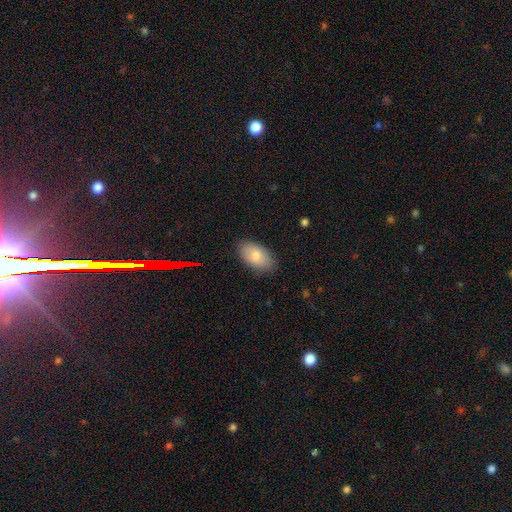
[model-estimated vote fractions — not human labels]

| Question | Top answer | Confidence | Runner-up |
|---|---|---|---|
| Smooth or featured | smooth | 79% | featured or disk (14%) |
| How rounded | in between | 93% | round (5%) |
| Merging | none | 84% | minor disturbance (12%) |